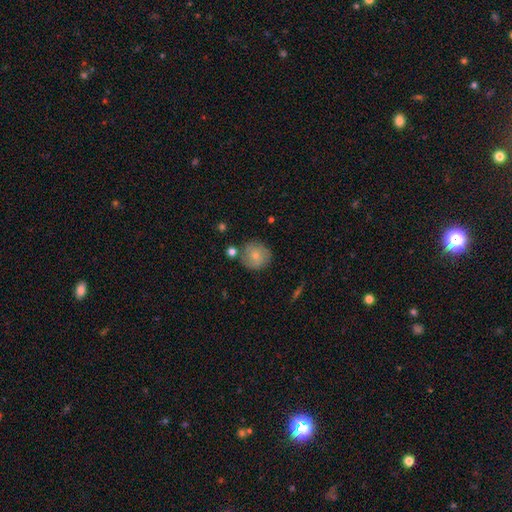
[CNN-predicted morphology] Smooth or featured: smooth — 66% (featured or disk — 26%)
How rounded: round — 91% (in between — 8%)
Merging: none — 74% (minor disturbance — 15%)